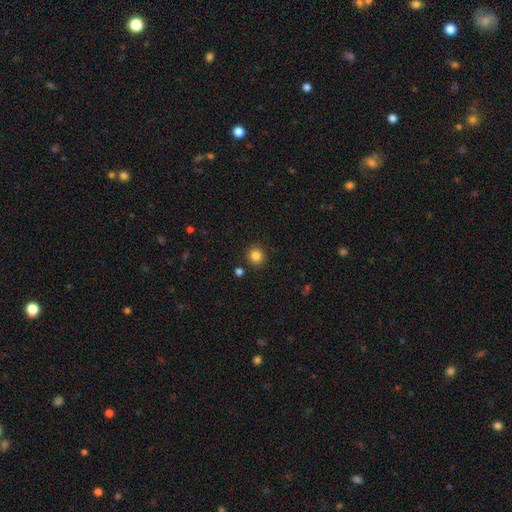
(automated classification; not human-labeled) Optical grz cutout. It shows a smooth galaxy with no disk features (85%) that is round (92%). Merging: none (89%).